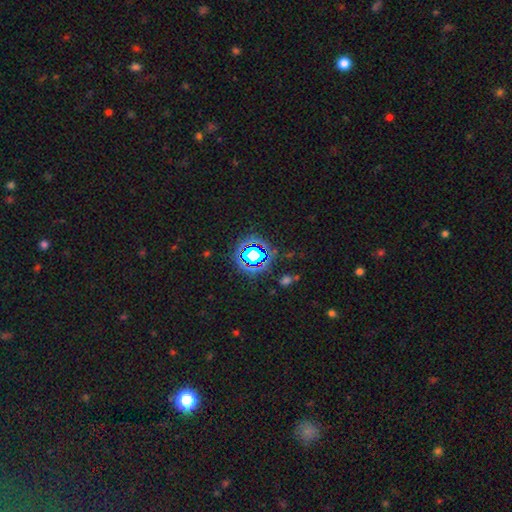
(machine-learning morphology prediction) Smooth or featured? Predicted: star or artifact (p=0.70).